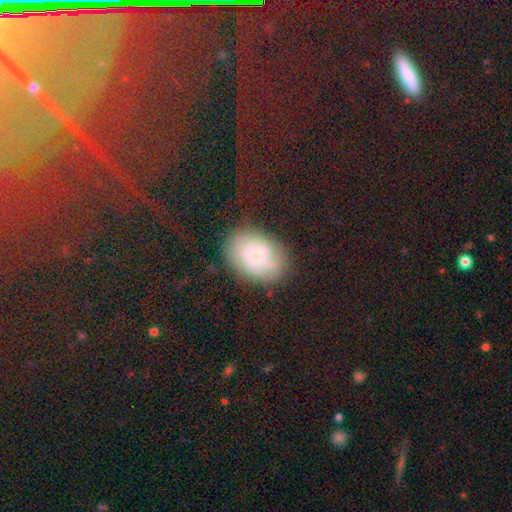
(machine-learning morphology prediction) Overall: featured or disk (53%; smooth 34%). Edge-on disk: no (97%). Bar: no (73%). Spiral arms: yes (88%). Bulge size: small (57%; none 21%). Merging: none (69%).